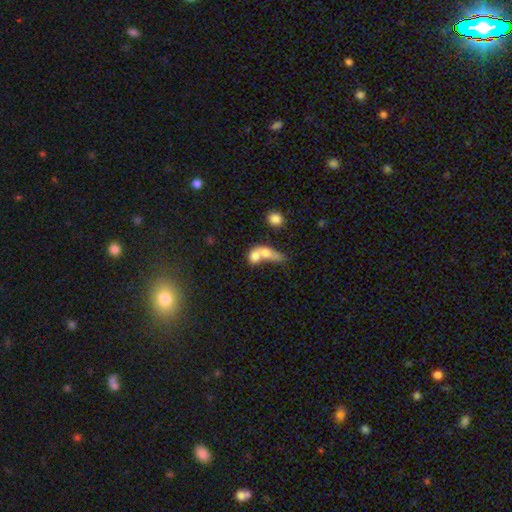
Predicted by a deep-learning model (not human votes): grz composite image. It shows a smooth galaxy with no disk features (69%) that is in between round and cigar-shaped (54%). Merging: merger (72%).